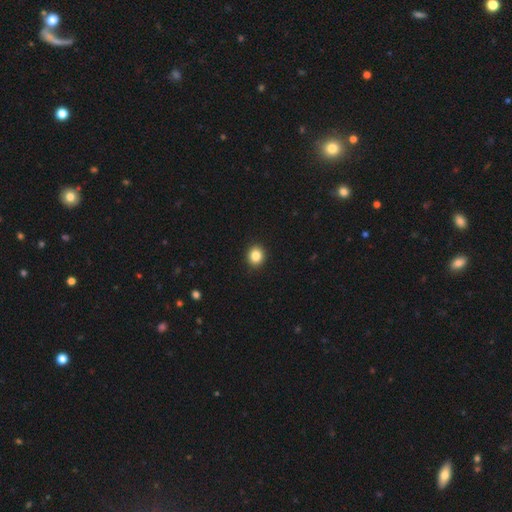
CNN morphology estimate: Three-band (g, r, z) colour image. It shows a smooth galaxy with no disk features (84%) that is round (81%). Merging: none (92%).